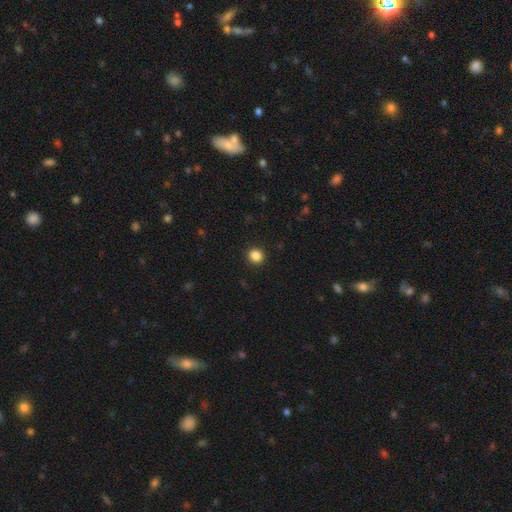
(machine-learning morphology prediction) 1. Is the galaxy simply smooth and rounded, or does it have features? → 86% smooth, 11% star or artifact, 3% featured or disk.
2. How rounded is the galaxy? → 88% round, 11% in between, 1% cigar-shaped.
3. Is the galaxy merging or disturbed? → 92% none, 5% minor disturbance, 2% major disturbance, 1% merger.